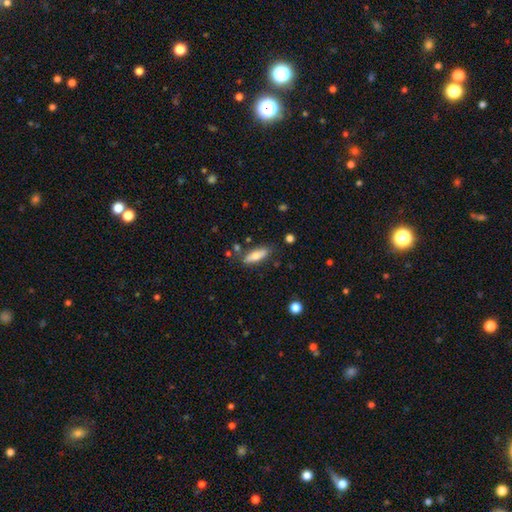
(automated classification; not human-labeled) This is likely a smooth galaxy (74%). How rounded: possibly in between (55%). Merging: likely none (78%).